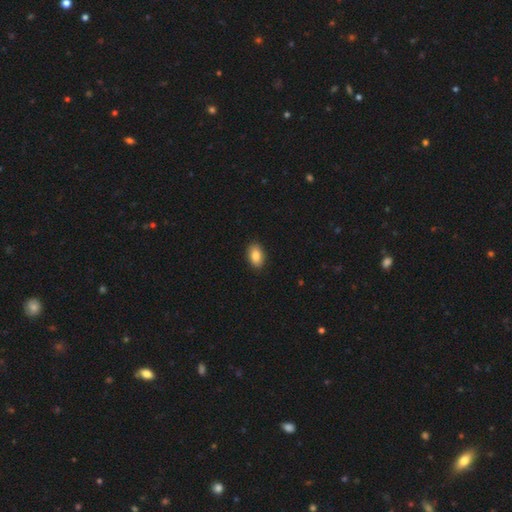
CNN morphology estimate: Q: Smooth or featured?
A: smooth (86%); runner-up: star or artifact (8%)
Q: How rounded?
A: in between (90%); runner-up: round (9%)
Q: Merging?
A: none (89%); runner-up: minor disturbance (8%)